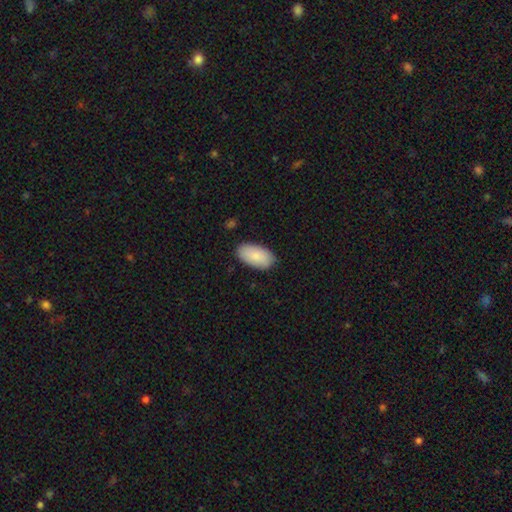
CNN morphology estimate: Overall: smooth (86%). How rounded: in between (95%). Merging: none (85%).